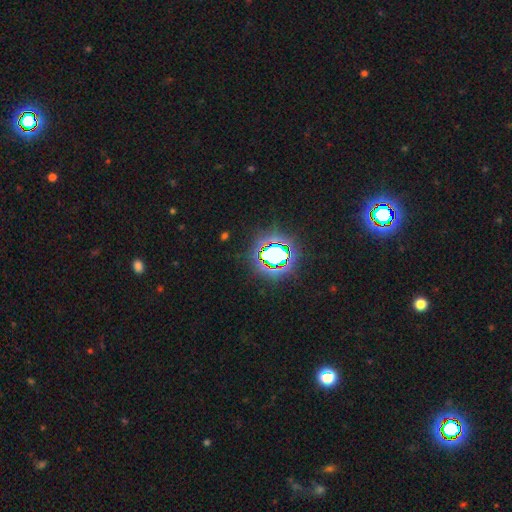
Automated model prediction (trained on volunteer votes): Smooth or featured? star or artifact (76%)